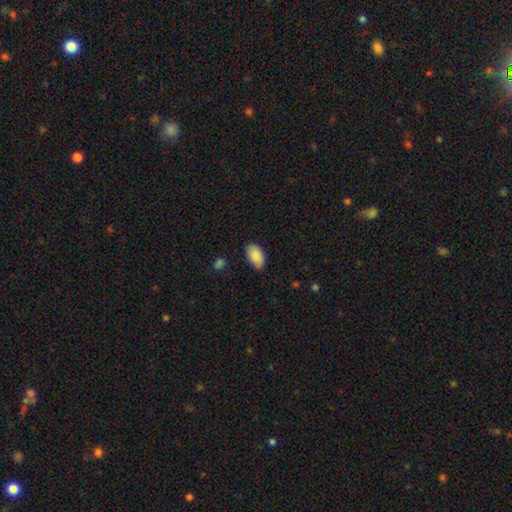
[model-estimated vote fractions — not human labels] Smooth or featured? Predicted: smooth (p=0.88). How rounded? Predicted: in between (p=0.95). Merging? Predicted: none (p=0.77).